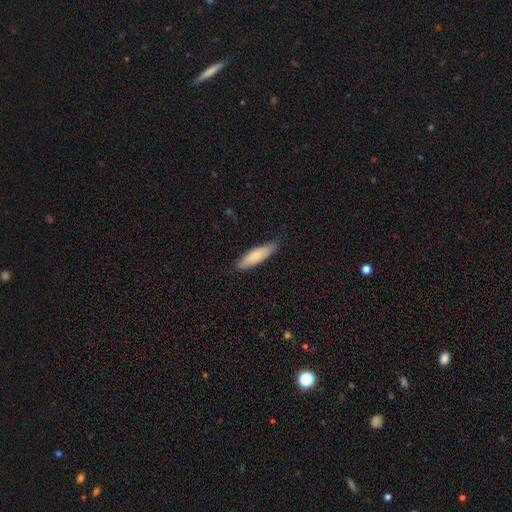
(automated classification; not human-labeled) A smooth galaxy with no disk features (80%) that is cigar-shaped (64%). Merging: none (83%).